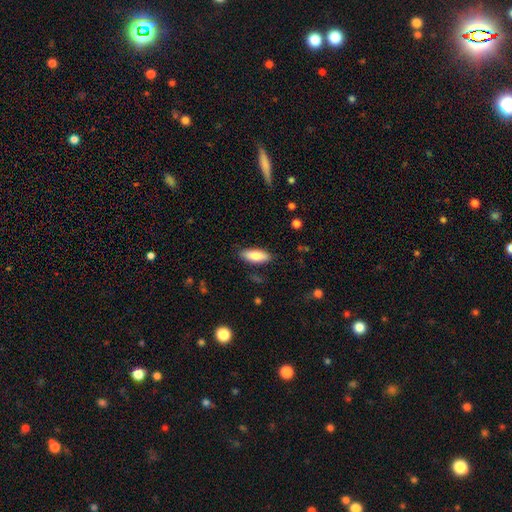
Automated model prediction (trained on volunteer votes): A smooth galaxy with no disk features (84%) that is in between round and cigar-shaped (74%). Merging: none (86%).